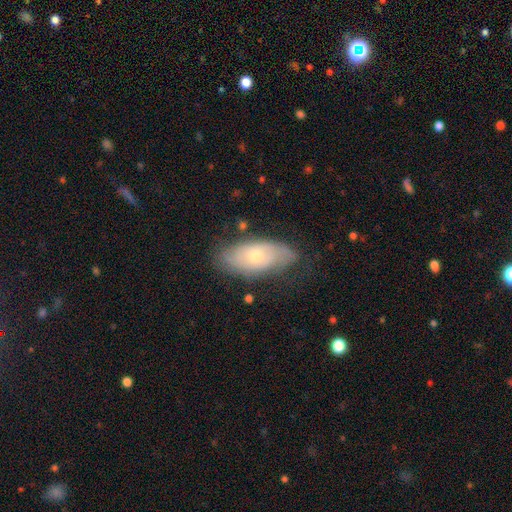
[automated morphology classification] This is possibly a featured or disk galaxy (60%). It is clearly not viewed edge-on (88%). Bar: clearly no (81%). Spiral arm pattern: likely yes (73%). Central bulge: possibly small (51%). Merging: likely none (69%).